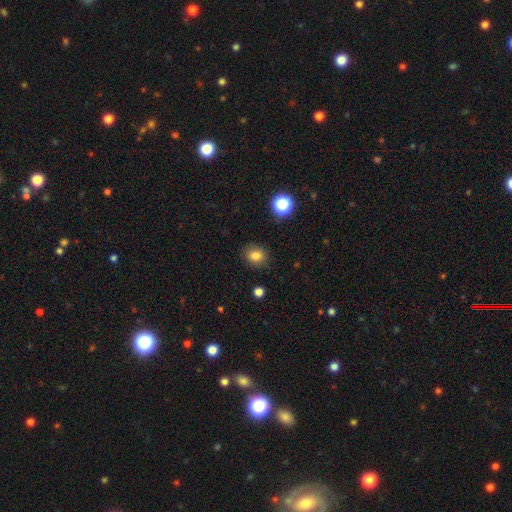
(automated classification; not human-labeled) The model was most divided on "how rounded": round: 64%, in between: 35%, cigar-shaped: 1%. More confident: merging — none (86%); smooth or featured — smooth (82%).